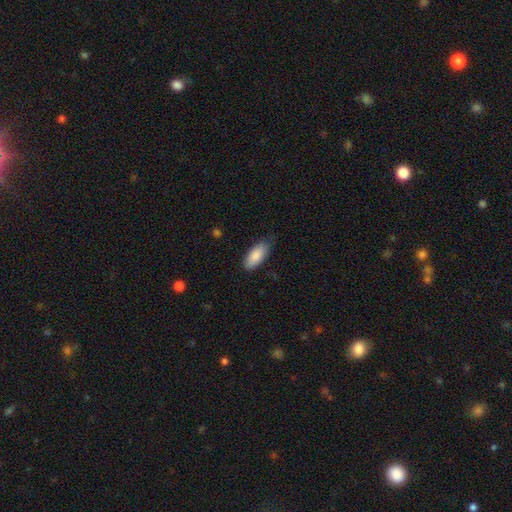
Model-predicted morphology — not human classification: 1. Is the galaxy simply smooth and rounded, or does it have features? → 87% smooth, 7% featured or disk, 6% star or artifact.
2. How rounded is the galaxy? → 85% in between, 13% cigar-shaped, 2% round.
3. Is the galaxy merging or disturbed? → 75% none, 20% minor disturbance, 3% major disturbance, 1% merger.